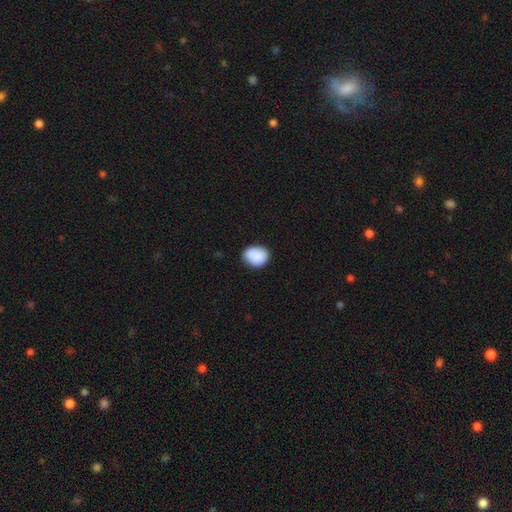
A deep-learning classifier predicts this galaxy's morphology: smooth_or_featured: smooth (p=0.89) [alt: star or artifact p=0.07]
how_rounded: round (p=0.50) [tied with: in between p=0.50]
merging: none (p=0.82) [alt: minor disturbance p=0.15]